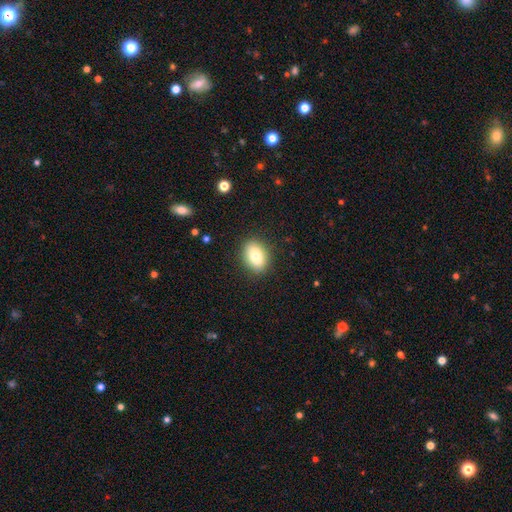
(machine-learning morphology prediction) Smooth or featured? smooth (81%)
How rounded? in between (75%)
Merging? none (88%)